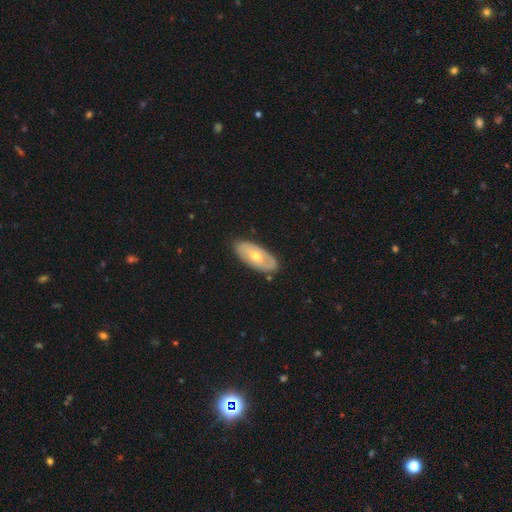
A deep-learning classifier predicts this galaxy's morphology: Smooth or featured? featured or disk (50%)
Edge-on disk? no (84%)
Merging? none (84%)